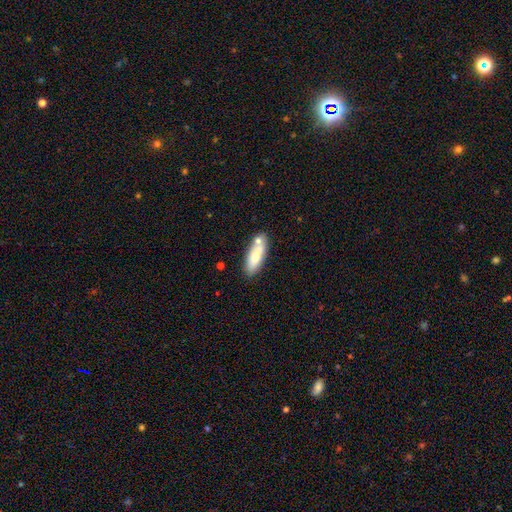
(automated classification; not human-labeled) Smooth or featured? Predicted: smooth (p=0.76). How rounded? Predicted: in between (p=0.54). Merging? Predicted: none (p=0.68).